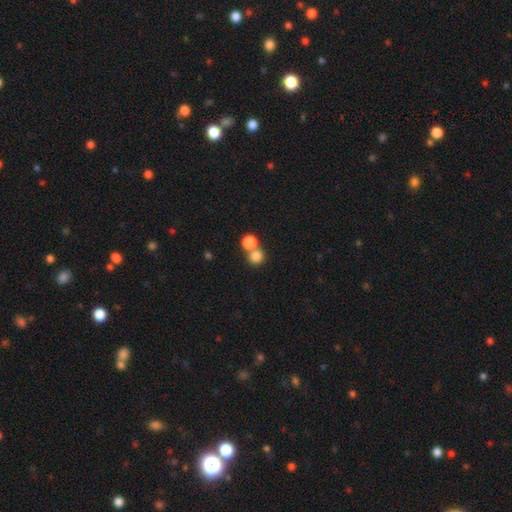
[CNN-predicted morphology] Q: Smooth or featured?
A: smooth (81%); runner-up: star or artifact (12%)
Q: How rounded?
A: round (89%); runner-up: in between (10%)
Q: Merging?
A: none (51%); runner-up: merger (41%)